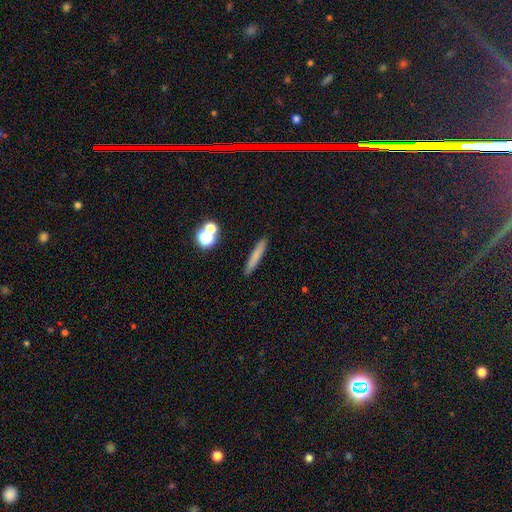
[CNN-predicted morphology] Smooth or featured?
  - smooth: 72% *
  - featured or disk: 18%
  - star or artifact: 9%
How rounded?
  - cigar-shaped: 92% *
  - in between: 5%
  - round: 2%
Merging?
  - none: 88% *
  - minor disturbance: 6%
  - merger: 4%
  - major disturbance: 2%